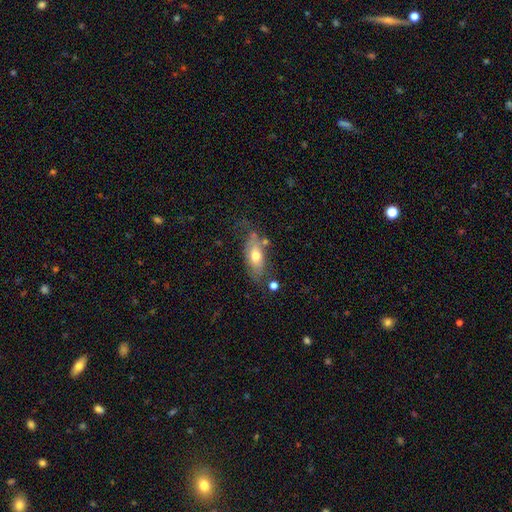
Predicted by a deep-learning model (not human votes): This is likely a smooth galaxy (63%). How rounded: clearly in between (83%). Merging: possibly none (57%).